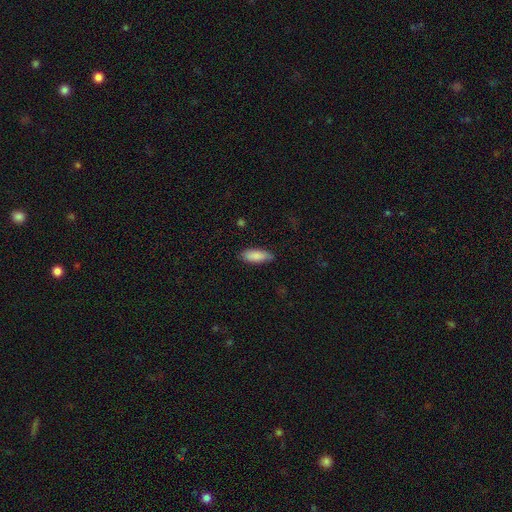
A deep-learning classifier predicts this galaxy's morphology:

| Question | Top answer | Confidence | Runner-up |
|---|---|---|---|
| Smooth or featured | smooth | 87% | featured or disk (8%) |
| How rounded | in between | 72% | cigar-shaped (26%) |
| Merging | none | 80% | minor disturbance (16%) |